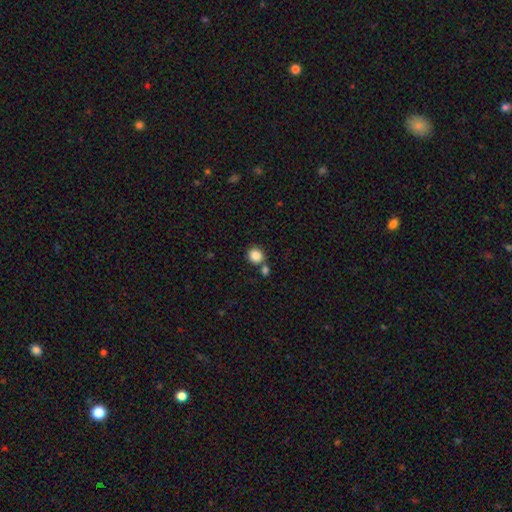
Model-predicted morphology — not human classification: A smooth galaxy with no disk features (87%) that is round (81%).

Vote fractions:
- Smooth or featured? smooth: 87% / star or artifact: 9% / featured or disk: 4%
- How rounded? round: 81% / in between: 19% / cigar-shaped: 1%
- Merging? none: 66% / merger: 21% / minor disturbance: 9% / major disturbance: 3%